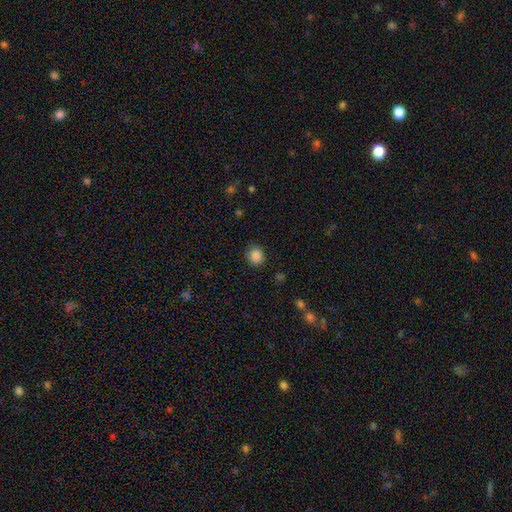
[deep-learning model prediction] smooth 87%, star or artifact 10%, featured or disk 3%. Down the decision tree: how rounded — round (80%); merging — none (85%).